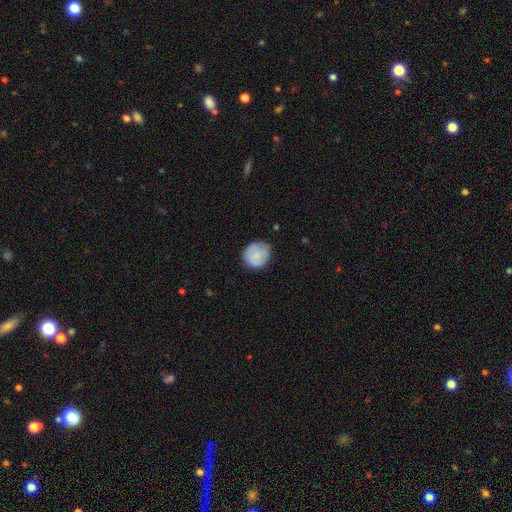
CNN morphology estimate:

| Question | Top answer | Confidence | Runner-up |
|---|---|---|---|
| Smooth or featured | smooth | 75% | featured or disk (18%) |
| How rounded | round | 85% | in between (14%) |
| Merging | none | 67% | minor disturbance (26%) |